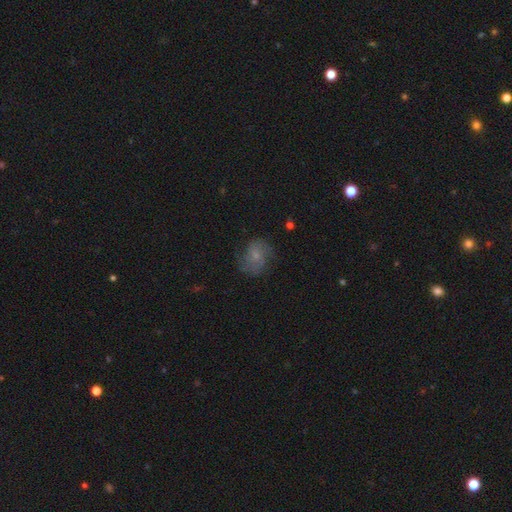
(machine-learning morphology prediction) A featured or disk galaxy (47%).

Vote fractions:
- Smooth or featured? featured or disk: 47% / smooth: 42% / star or artifact: 11%
- Merging? none: 63% / minor disturbance: 22% / major disturbance: 13% / merger: 2%